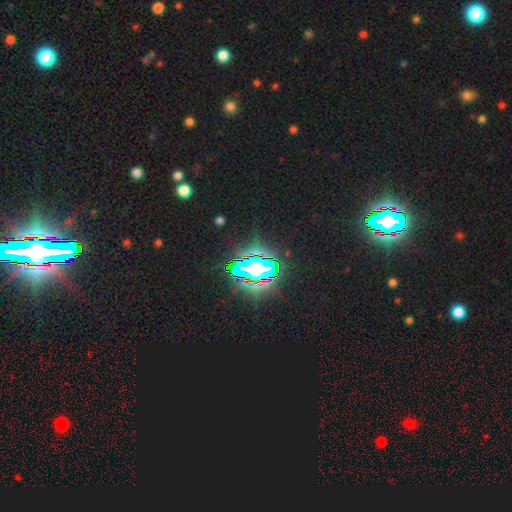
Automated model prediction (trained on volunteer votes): A star or artifact, not a galaxy (83%).

Vote fractions:
- Smooth or featured? star or artifact: 83% / smooth: 10% / featured or disk: 7%